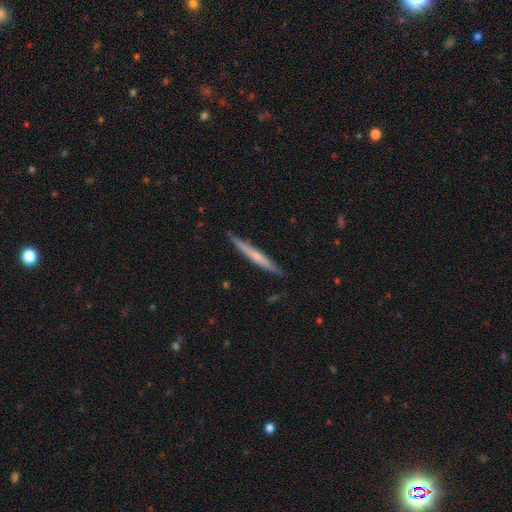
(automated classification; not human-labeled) This appears to be a smooth galaxy with no disk features (52%) that is cigar-shaped (97%). Merging: none (88%).